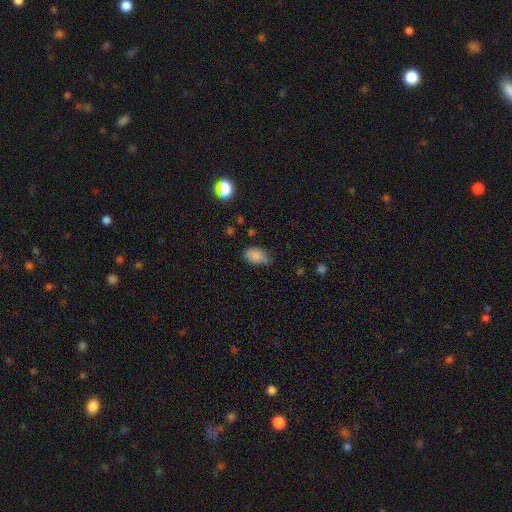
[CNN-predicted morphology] Smooth or featured?
  - smooth: 84% *
  - star or artifact: 10%
  - featured or disk: 6%
How rounded?
  - in between: 89% *
  - round: 10%
  - cigar-shaped: 2%
Merging?
  - none: 60% *
  - minor disturbance: 32%
  - major disturbance: 6%
  - merger: 2%